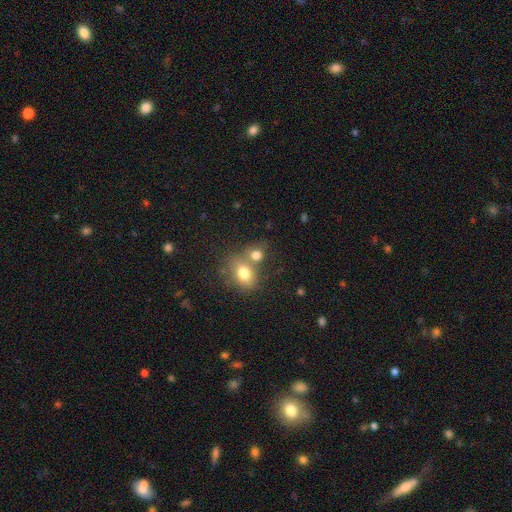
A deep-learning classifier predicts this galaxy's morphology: Smooth or featured: smooth — 76% (star or artifact — 13%)
How rounded: round — 61% (in between — 37%)
Merging: merger — 45% (none — 42%)